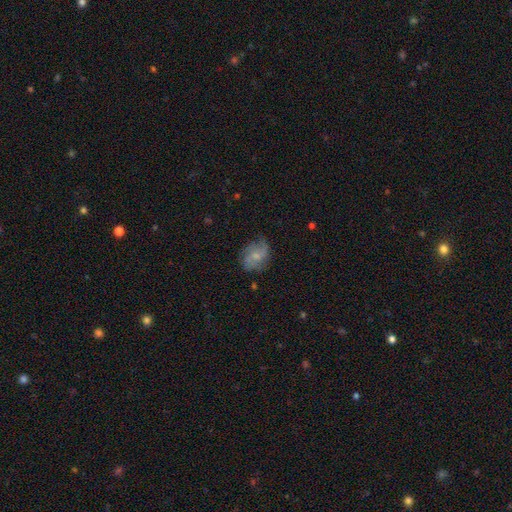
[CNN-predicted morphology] This appears to be a featured or disk galaxy (46%). Merging: none (65%).